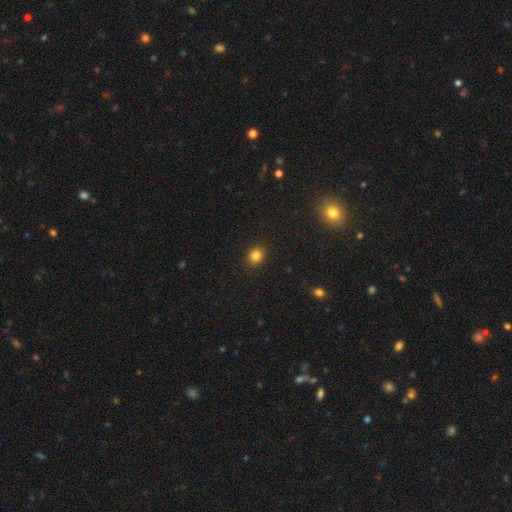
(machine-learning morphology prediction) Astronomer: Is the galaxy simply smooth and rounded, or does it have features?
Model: smooth — 83%.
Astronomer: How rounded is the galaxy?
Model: round — 69%.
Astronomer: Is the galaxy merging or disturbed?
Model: none — 91%.